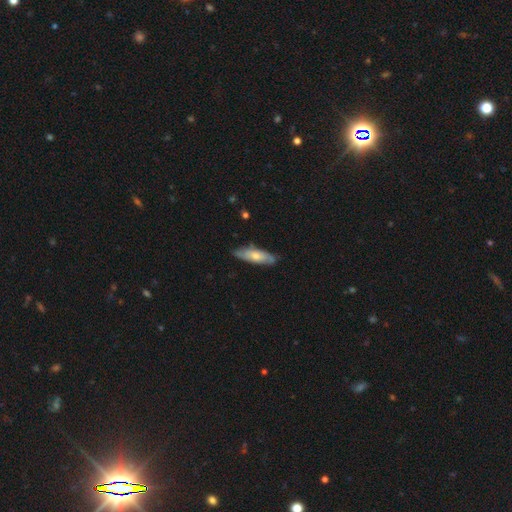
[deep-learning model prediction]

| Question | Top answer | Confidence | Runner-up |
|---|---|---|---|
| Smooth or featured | smooth | 54% | featured or disk (40%) |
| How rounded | in between | 49% | tied: cigar-shaped (49%) |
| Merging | none | 76% | minor disturbance (19%) |